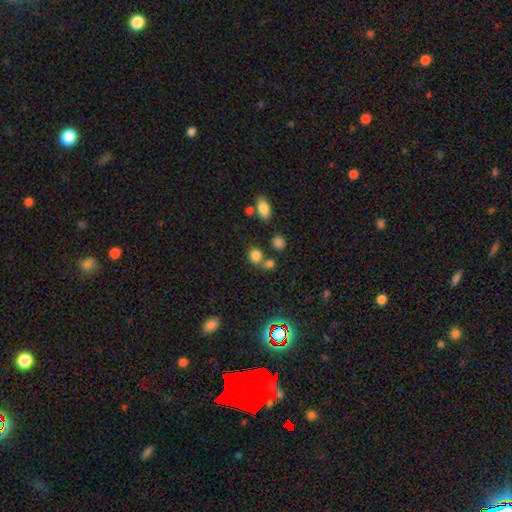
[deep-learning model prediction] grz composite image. It shows a smooth galaxy with no disk features (76%) that is round (72%). Merging: none (59%).